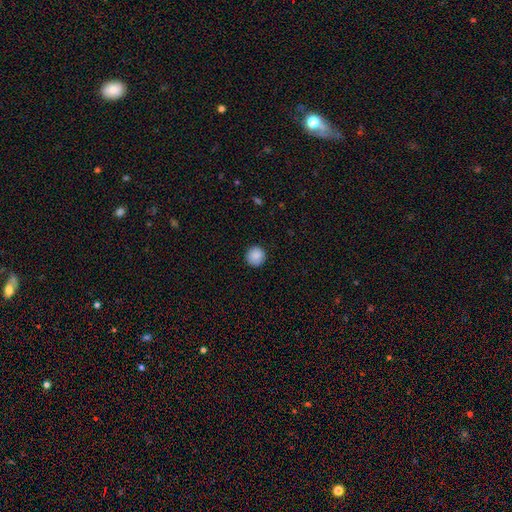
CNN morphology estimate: Smooth or featured: smooth — 89% (star or artifact — 8%)
How rounded: round — 95% (in between — 4%)
Merging: none — 92% (minor disturbance — 6%)